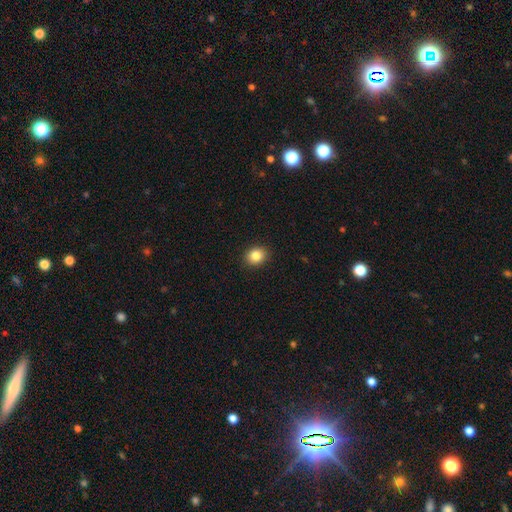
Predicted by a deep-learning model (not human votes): smooth 85%, star or artifact 10%, featured or disk 5%. Down the decision tree: how rounded — round (65%); merging — none (91%).